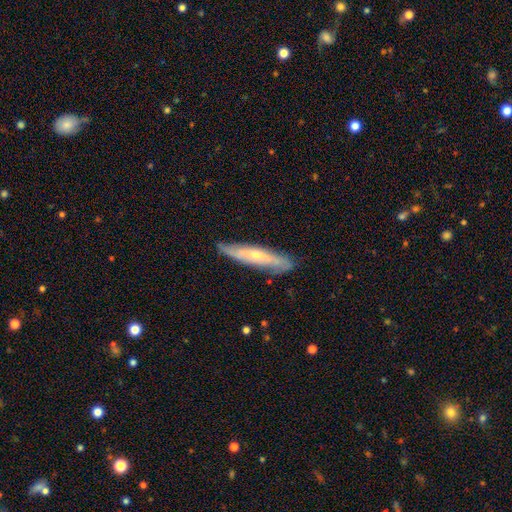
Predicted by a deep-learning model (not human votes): featured or disk 55%, smooth 39%, star or artifact 6%. Down the decision tree: edge-on disk — yes (66%); merging — none (80%).